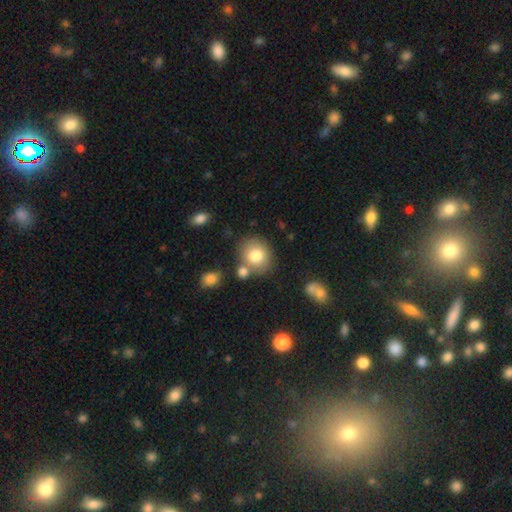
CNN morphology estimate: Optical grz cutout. It shows a smooth galaxy with no disk features (77%) that is round (76%). Merging: none (66%).